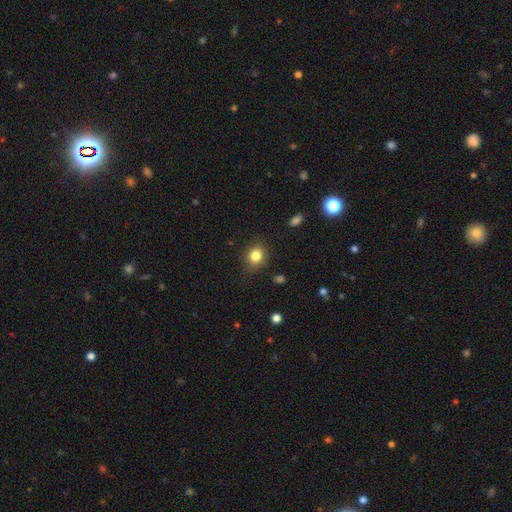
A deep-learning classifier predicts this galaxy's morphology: smooth-or-featured: smooth: 84% | star or artifact: 10% | featured or disk: 6%
  how-rounded: round: 69% | in between: 30% | cigar-shaped: 1%
  merging: none: 80% | minor disturbance: 15% | major disturbance: 4% | merger: 1%